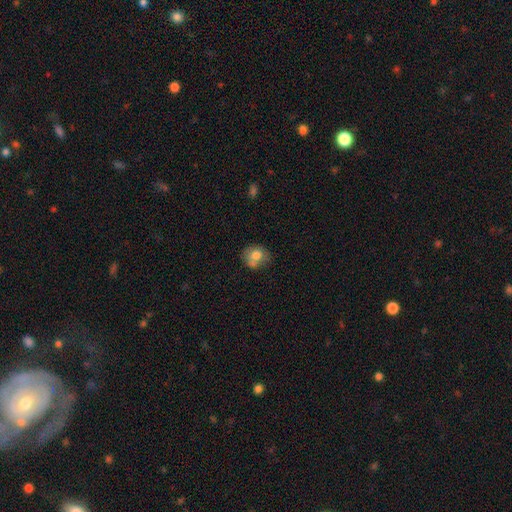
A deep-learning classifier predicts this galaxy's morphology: This is likely a smooth galaxy (71%). How rounded: likely round (68%). Merging: possibly none (50%).